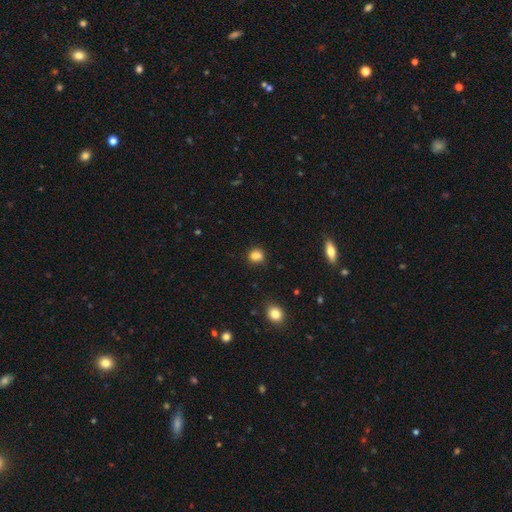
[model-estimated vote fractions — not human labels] A smooth galaxy with no disk features (83%) that is round (75%).

Vote fractions:
- Smooth or featured? smooth: 83% / star or artifact: 12% / featured or disk: 5%
- How rounded? round: 75% / in between: 24% / cigar-shaped: 1%
- Merging? none: 77% / minor disturbance: 14% / merger: 6% / major disturbance: 3%